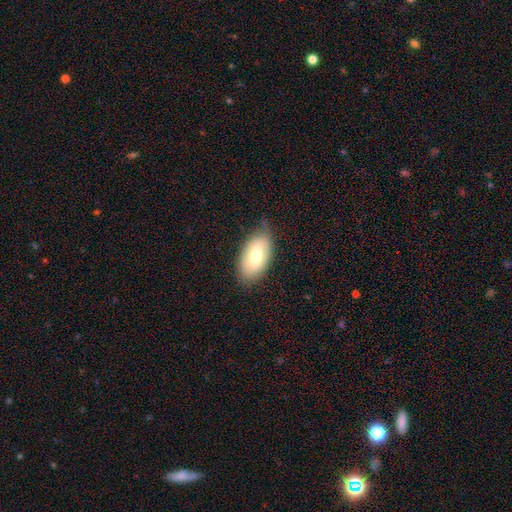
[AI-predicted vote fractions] Smooth or featured? smooth (62%)
How rounded? in between (94%)
Merging? none (78%)